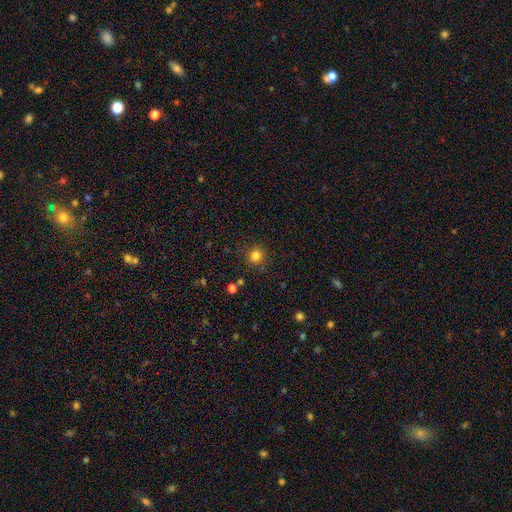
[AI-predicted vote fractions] smooth 82%, star or artifact 14%, featured or disk 5%. Down the decision tree: how rounded — round (91%); merging — none (86%).